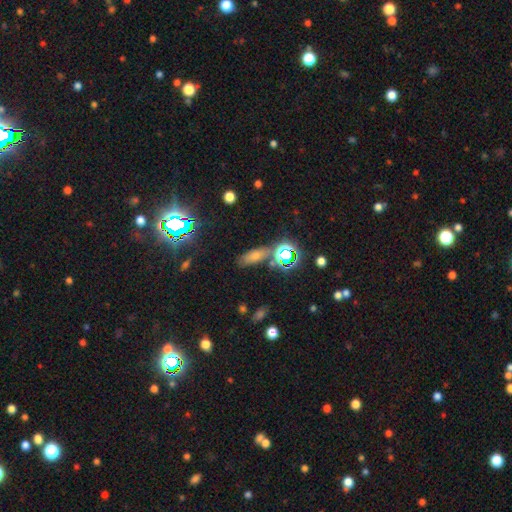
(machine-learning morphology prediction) smooth_or_featured: smooth (p=0.42) [alt: star or artifact p=0.41]
merging: none (p=0.76) [alt: minor disturbance p=0.11]